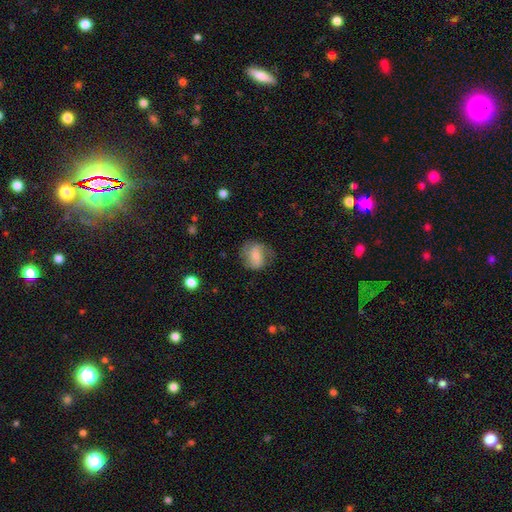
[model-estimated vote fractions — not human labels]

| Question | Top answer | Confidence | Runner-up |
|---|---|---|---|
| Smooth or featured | featured or disk | 52% | smooth (41%) |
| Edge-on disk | no | 97% | yes (3%) |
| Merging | none | 66% | minor disturbance (22%) |